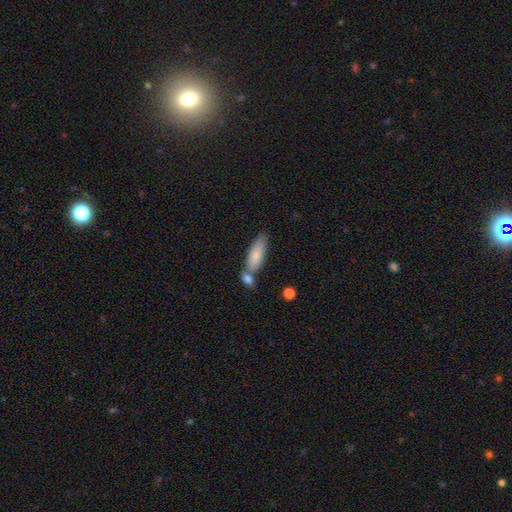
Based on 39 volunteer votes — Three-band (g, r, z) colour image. It shows a smooth galaxy with no disk features (77%) that is in between round and cigar-shaped (70%). Merging: none (49%).